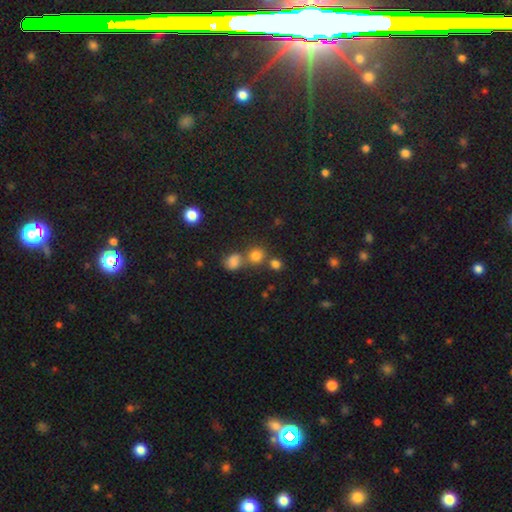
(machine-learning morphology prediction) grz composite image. It shows a smooth galaxy with no disk features (77%) that is round (85%). Merging: none (58%).